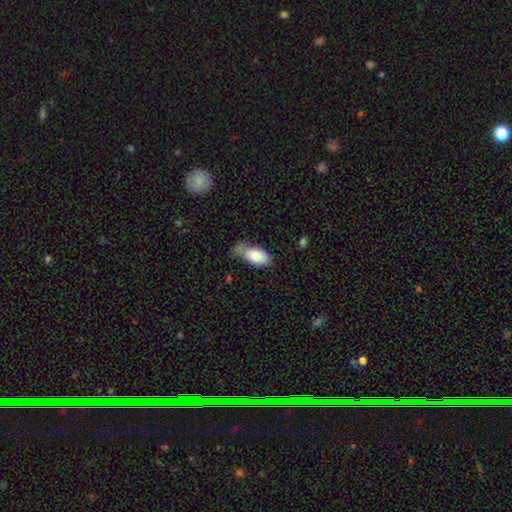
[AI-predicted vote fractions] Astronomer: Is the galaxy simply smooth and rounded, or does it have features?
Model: smooth — 84%.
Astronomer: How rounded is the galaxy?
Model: in between — 92%.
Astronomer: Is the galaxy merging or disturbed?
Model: minor disturbance — 40% (runner-up: none, 37%).